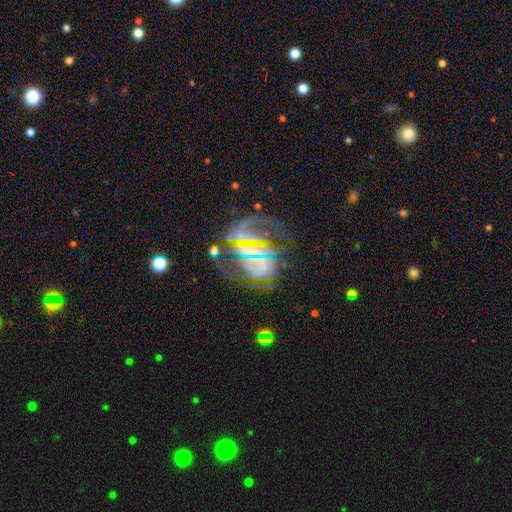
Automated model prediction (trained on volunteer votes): smooth_or_featured: featured or disk (p=0.61) [alt: star or artifact p=0.30]
disk_edge_on: no (p=0.94) [alt: yes p=0.06]
bar: strong (p=0.37) [alt: weak p=0.32]
has_spiral_arms: yes (p=0.84) [alt: no p=0.16]
bulge_size: small (p=0.48) [alt: moderate p=0.22]
merging: none (p=0.55) [alt: major disturbance p=0.20]